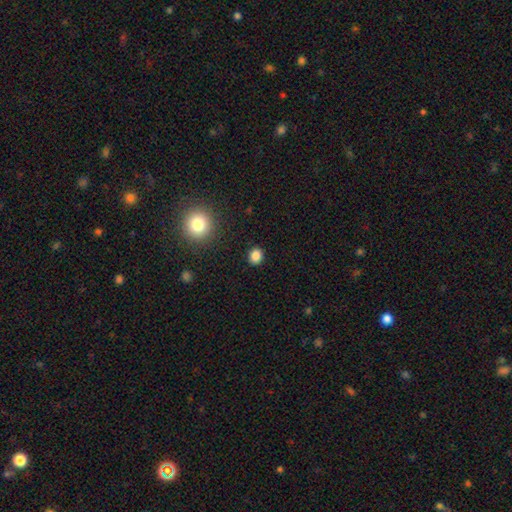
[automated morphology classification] type=smooth (85%); roundness=round (71%); merging=none (90%).